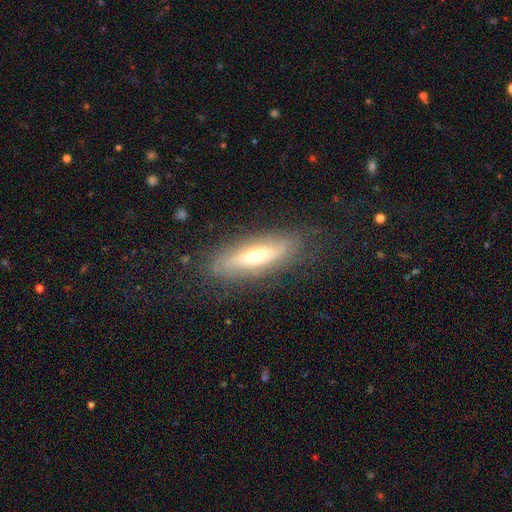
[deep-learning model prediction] This appears to be a featured or disk galaxy (53%). Merging: none (76%).